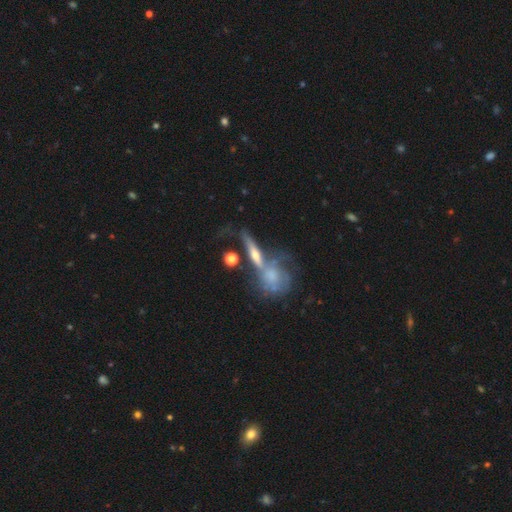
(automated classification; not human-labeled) featured or disk 70%, smooth 22%, star or artifact 8%. Down the decision tree: edge-on disk — yes (73%); edge-on bulge — rounded (85%); merging — none (44%).